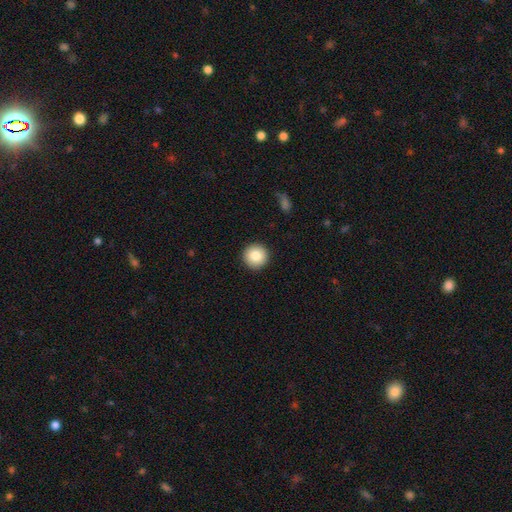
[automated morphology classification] Q: Smooth or featured?
A: smooth (85%); runner-up: star or artifact (8%)
Q: How rounded?
A: round (96%); runner-up: in between (3%)
Q: Merging?
A: none (93%); runner-up: minor disturbance (5%)